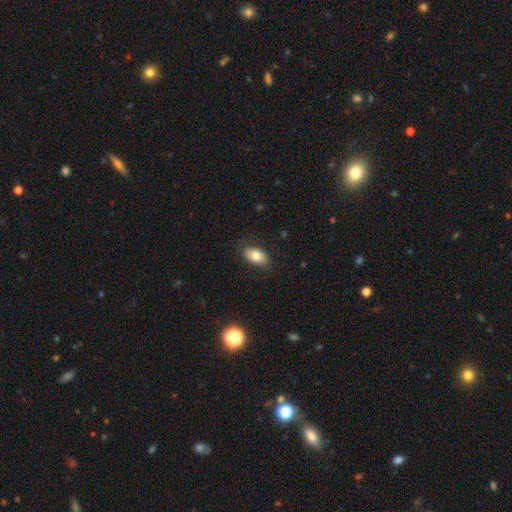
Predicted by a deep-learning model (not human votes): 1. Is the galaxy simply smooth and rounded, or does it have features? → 78% smooth, 14% featured or disk, 8% star or artifact.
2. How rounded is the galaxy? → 91% in between, 6% round, 2% cigar-shaped.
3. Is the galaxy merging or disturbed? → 82% none, 13% minor disturbance, 3% major disturbance, 1% merger.